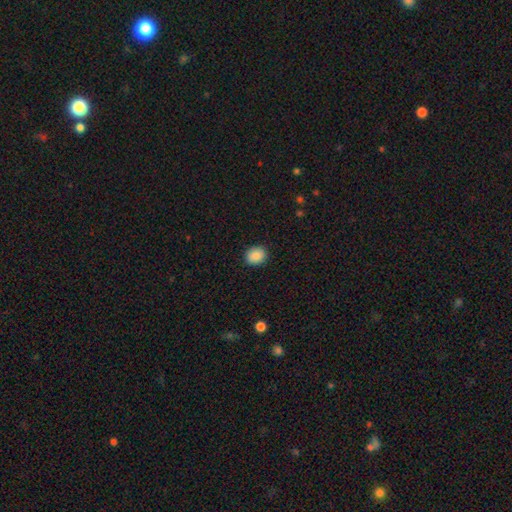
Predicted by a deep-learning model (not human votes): Morphology: type=smooth (87%); roundness=round (66%); merging=none (89%).